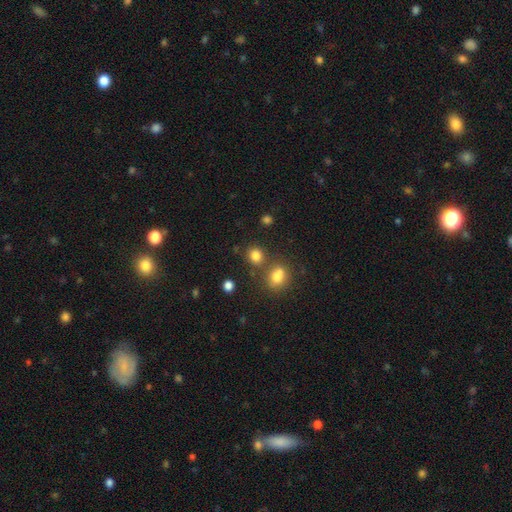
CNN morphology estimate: Smooth or featured? Predicted: smooth (p=0.80). How rounded? Predicted: round (p=0.76). Merging? Predicted: none (p=0.68).